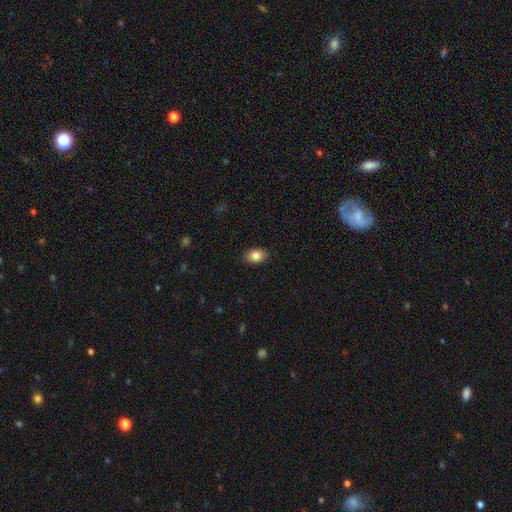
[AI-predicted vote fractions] smooth_or_featured: smooth (p=0.85) [alt: star or artifact p=0.08]
how_rounded: in between (p=0.83) [alt: round p=0.16]
merging: none (p=0.88) [alt: minor disturbance p=0.09]